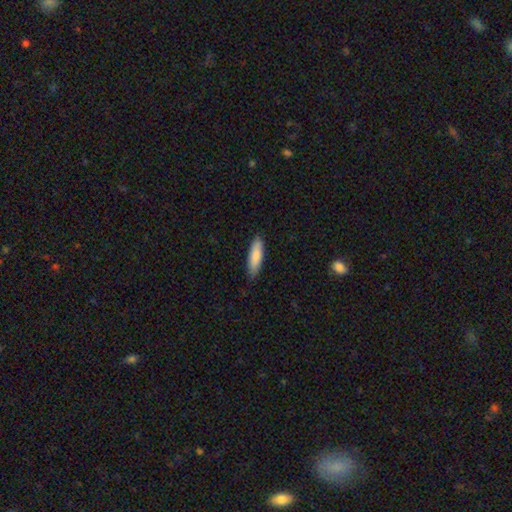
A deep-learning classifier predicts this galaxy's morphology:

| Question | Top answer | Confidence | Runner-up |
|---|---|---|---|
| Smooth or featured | smooth | 85% | featured or disk (10%) |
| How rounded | cigar-shaped | 54% | in between (44%) |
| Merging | none | 84% | minor disturbance (13%) |